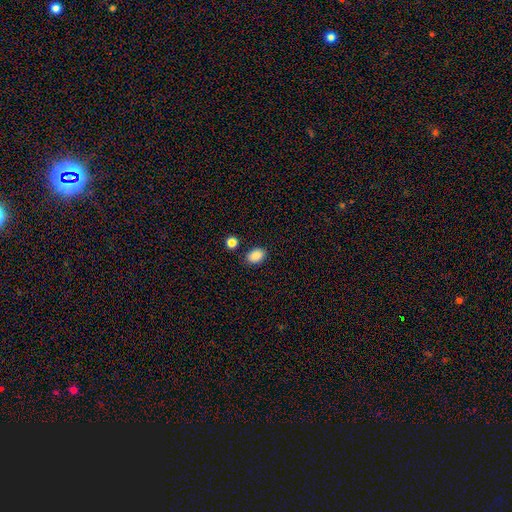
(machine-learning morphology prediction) Smooth or featured? smooth (88%)
How rounded? in between (77%)
Merging? none (82%)